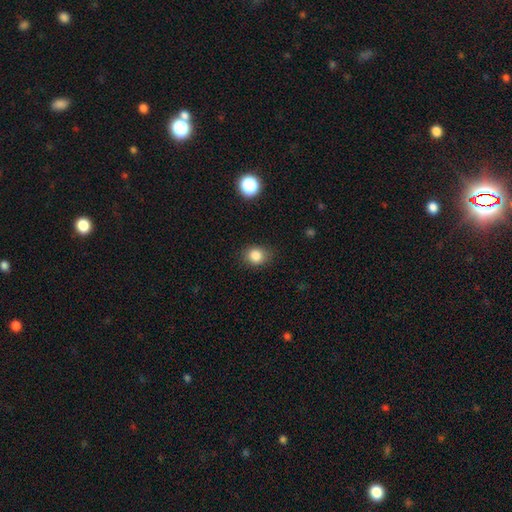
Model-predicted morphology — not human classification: smooth_or_featured: smooth (p=0.83) [alt: star or artifact p=0.12]
how_rounded: round (p=0.66) [alt: in between p=0.33]
merging: none (p=0.83) [alt: minor disturbance p=0.13]